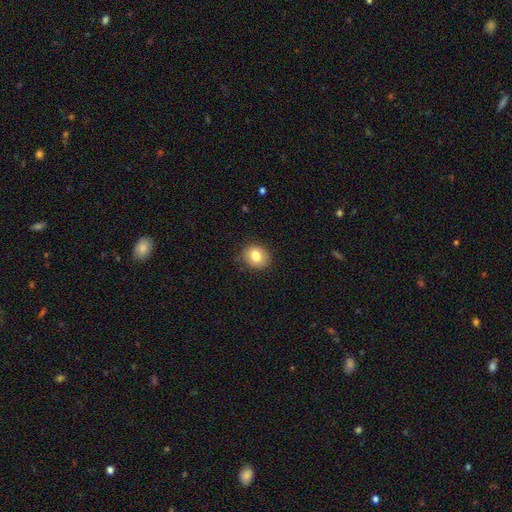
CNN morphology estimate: The model was most divided on "how rounded": round: 66%, in between: 33%, cigar-shaped: 1%. More confident: merging — none (84%); smooth or featured — smooth (80%).